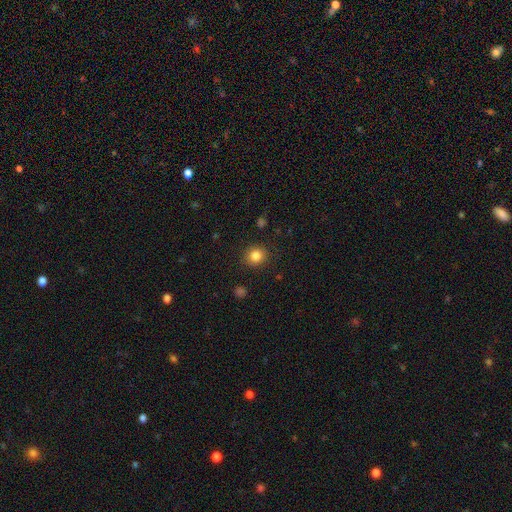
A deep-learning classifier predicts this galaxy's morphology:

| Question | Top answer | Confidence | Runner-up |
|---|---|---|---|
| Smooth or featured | smooth | 84% | star or artifact (11%) |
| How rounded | round | 85% | in between (14%) |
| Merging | none | 89% | minor disturbance (7%) |